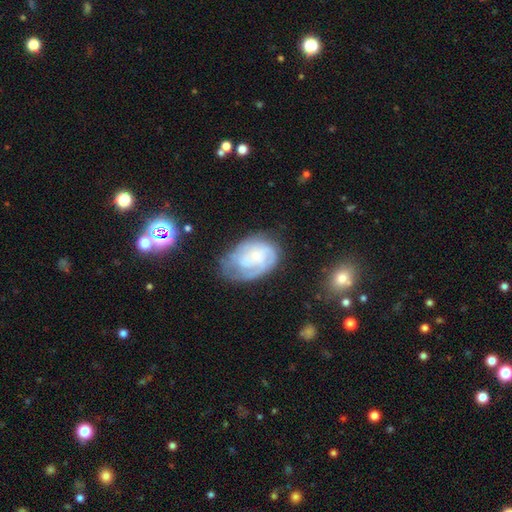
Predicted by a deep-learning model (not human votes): Q: Smooth or featured?
A: featured or disk (69%); runner-up: smooth (23%)
Q: Edge-on disk?
A: no (97%); runner-up: yes (3%)
Q: Bar?
A: no (75%); runner-up: weak (21%)
Q: Spiral arms?
A: yes (82%); runner-up: no (18%)
Q: Spiral winding?
A: tight (57%); runner-up: medium (32%)
Q: Spiral arm count?
A: can't tell (46%); runner-up: 2 (22%)
Q: Bulge size?
A: small (74%); runner-up: moderate (19%)
Q: Merging?
A: none (52%); runner-up: minor disturbance (28%)